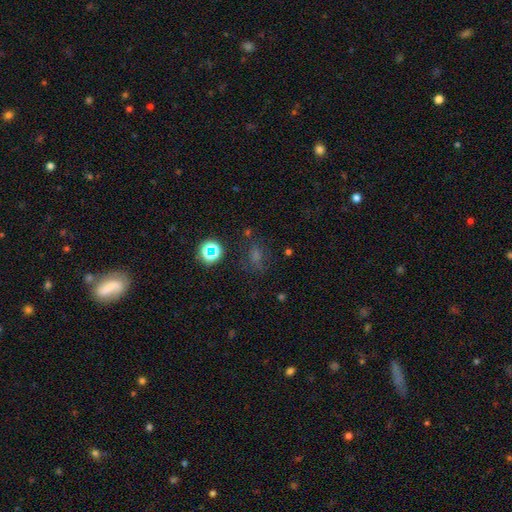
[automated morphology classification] This is possibly a smooth galaxy (50%). How rounded: possibly in between (56%). Merging: likely none (62%).